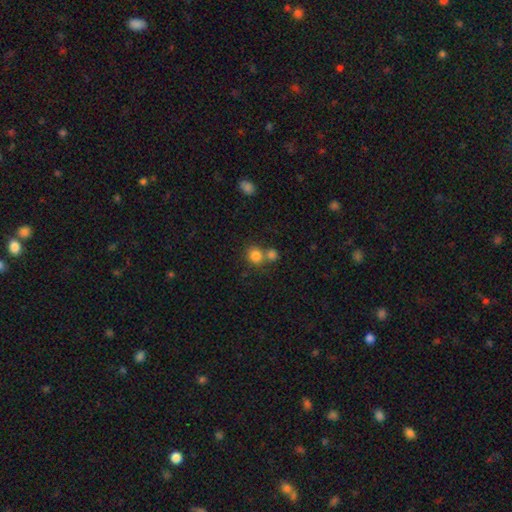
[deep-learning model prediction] This is clearly a smooth galaxy (82%). How rounded: clearly round (81%). Merging: possibly none (53%).